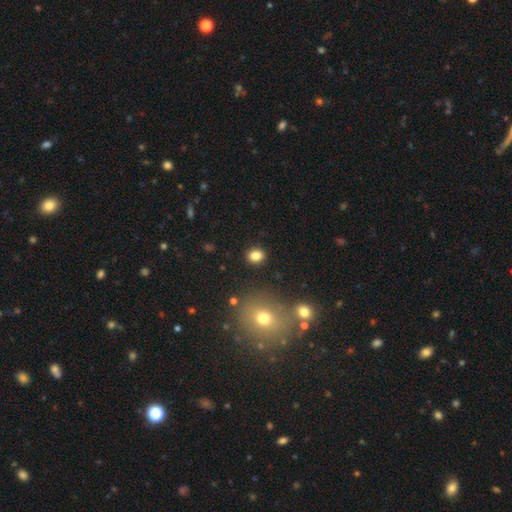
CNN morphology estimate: Smooth or featured? smooth (83%)
How rounded? round (70%)
Merging? none (89%)